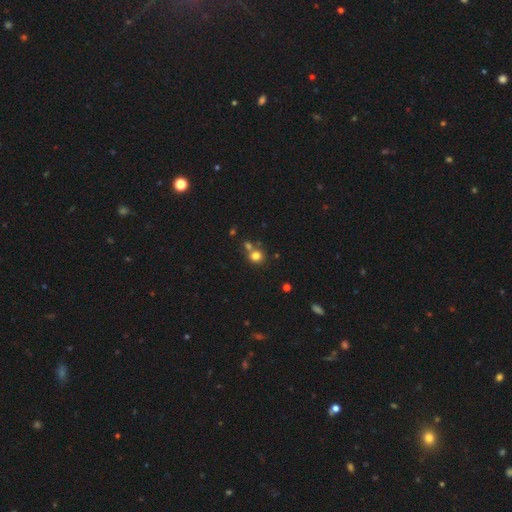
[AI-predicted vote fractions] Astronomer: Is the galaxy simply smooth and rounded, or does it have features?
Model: smooth — 78%.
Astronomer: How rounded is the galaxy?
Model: round — 88%.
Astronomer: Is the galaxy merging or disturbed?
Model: none — 61%.